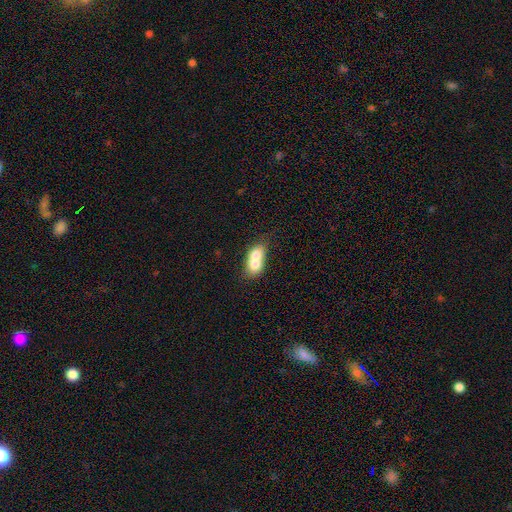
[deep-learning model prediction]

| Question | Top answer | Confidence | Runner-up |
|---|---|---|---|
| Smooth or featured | smooth | 66% | featured or disk (26%) |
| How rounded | in between | 66% | round (31%) |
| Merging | merger | 73% | none (18%) |